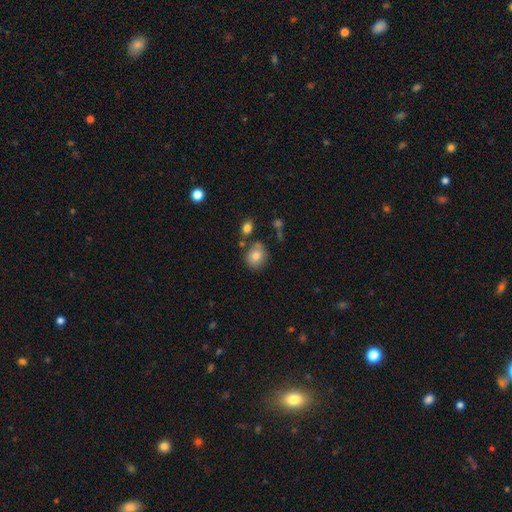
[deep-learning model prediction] Smooth or featured?
  - smooth: 79% *
  - featured or disk: 12%
  - star or artifact: 10%
How rounded?
  - round: 73% *
  - in between: 26%
  - cigar-shaped: 1%
Merging?
  - none: 73% *
  - minor disturbance: 13%
  - merger: 10%
  - major disturbance: 4%